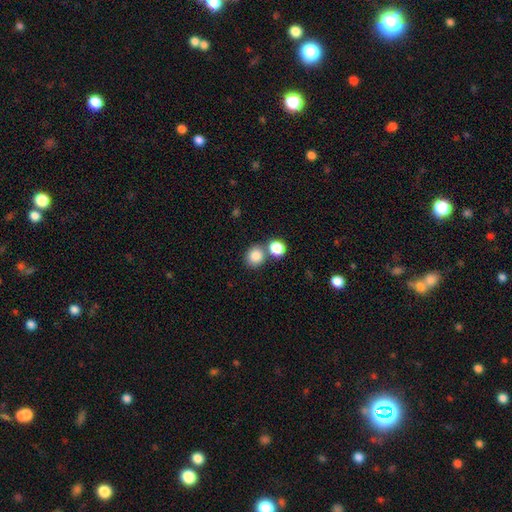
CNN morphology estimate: A smooth galaxy with no disk features (85%) that is round (80%). Merging: none (61%).